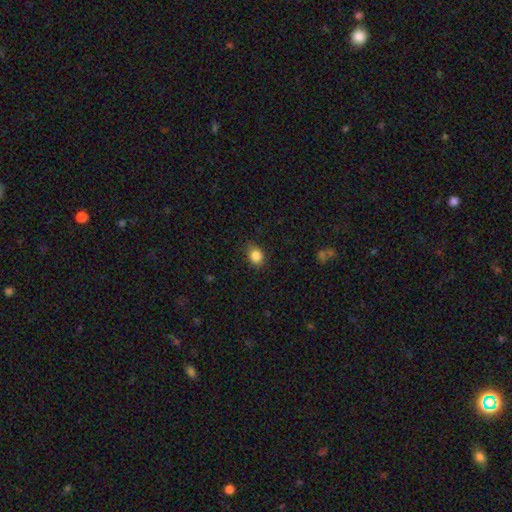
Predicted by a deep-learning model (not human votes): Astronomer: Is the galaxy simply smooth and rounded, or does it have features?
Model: smooth — 85%.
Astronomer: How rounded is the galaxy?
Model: round — 51% (runner-up: in between, 48%).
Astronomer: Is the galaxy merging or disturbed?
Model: none — 79%.